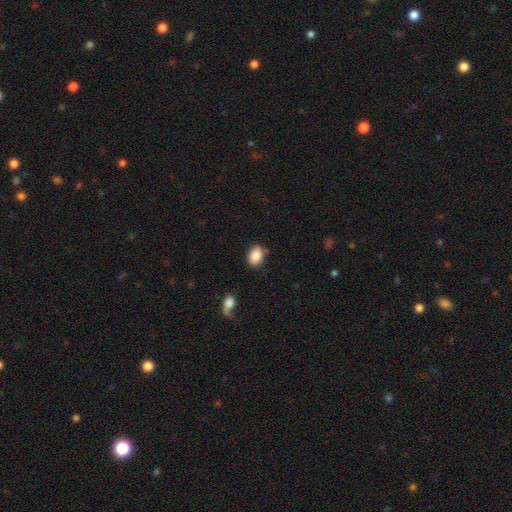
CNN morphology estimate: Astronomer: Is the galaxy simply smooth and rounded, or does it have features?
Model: smooth — 88%.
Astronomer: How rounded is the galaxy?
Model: in between — 75%.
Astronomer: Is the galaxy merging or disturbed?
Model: none — 78%.